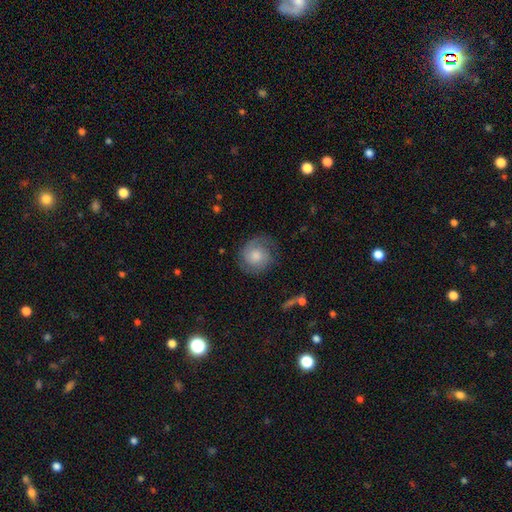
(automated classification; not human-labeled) Smooth or featured?
  - featured or disk: 51% *
  - smooth: 42%
  - star or artifact: 7%
Edge-on disk?
  - no: 97% *
  - yes: 3%
Merging?
  - none: 73% *
  - minor disturbance: 17%
  - major disturbance: 8%
  - merger: 1%